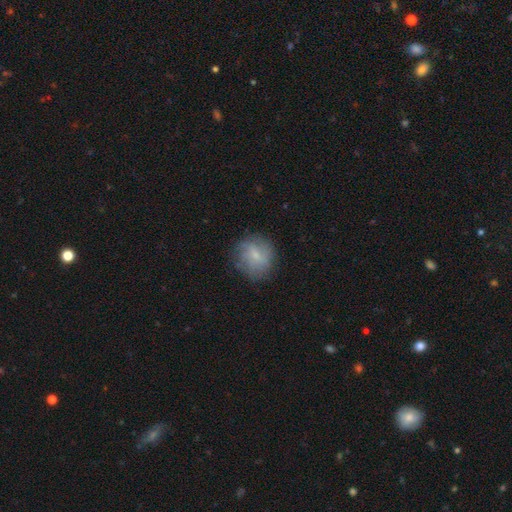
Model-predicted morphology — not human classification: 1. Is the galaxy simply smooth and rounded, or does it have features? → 63% smooth, 29% featured or disk, 8% star or artifact.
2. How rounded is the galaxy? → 81% round, 18% in between, 1% cigar-shaped.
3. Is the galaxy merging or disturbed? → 77% none, 16% minor disturbance, 6% major disturbance, 1% merger.